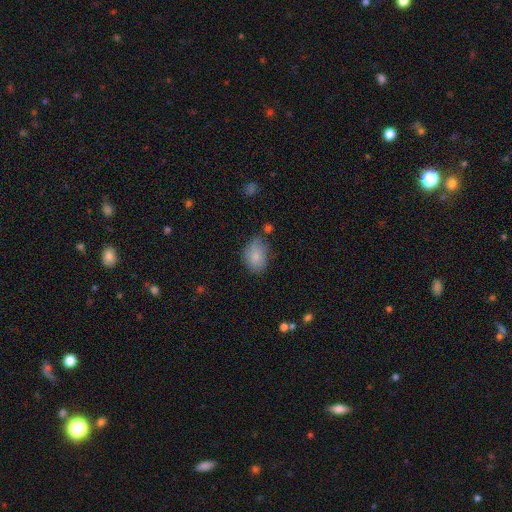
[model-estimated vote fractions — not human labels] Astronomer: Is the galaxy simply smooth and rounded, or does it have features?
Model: smooth — 81%.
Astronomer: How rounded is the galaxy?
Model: in between — 76%.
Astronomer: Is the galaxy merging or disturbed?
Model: none — 61%.